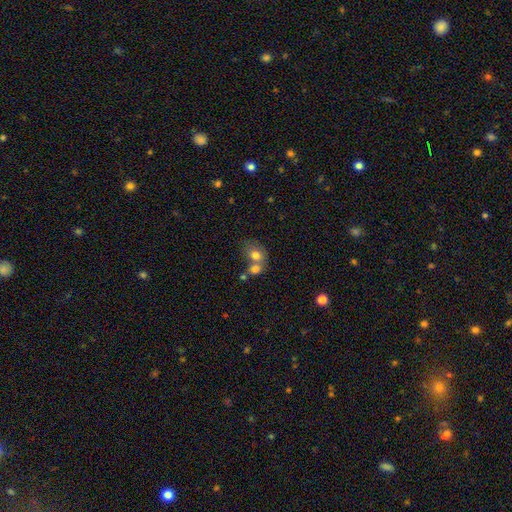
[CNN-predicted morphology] smooth 75%, featured or disk 15%, star or artifact 10%. Down the decision tree: how rounded — in between (50%); merging — merger (57%).